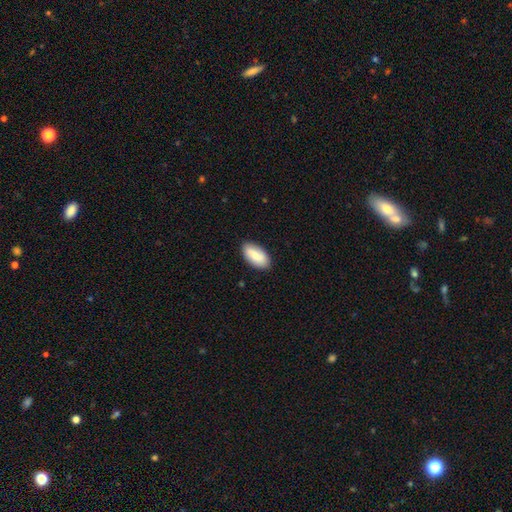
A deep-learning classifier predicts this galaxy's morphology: A smooth galaxy with no disk features (78%) that is in between round and cigar-shaped (93%).

Vote fractions:
- Smooth or featured? smooth: 78% / featured or disk: 16% / star or artifact: 6%
- How rounded? in between: 93% / cigar-shaped: 5% / round: 2%
- Merging? none: 86% / minor disturbance: 11% / major disturbance: 2% / merger: 1%